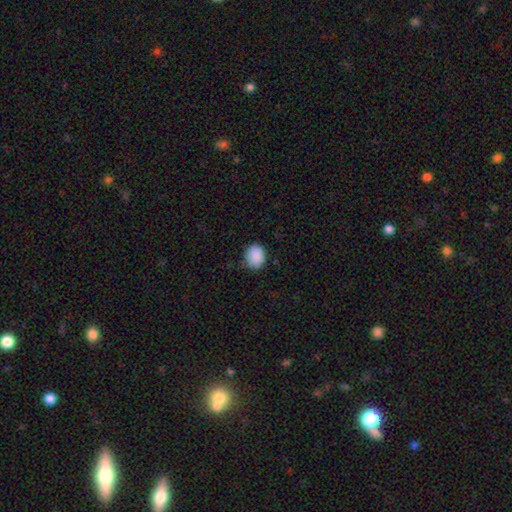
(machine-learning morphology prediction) Overall: smooth (89%). How rounded: round (57%; in between 42%). Merging: none (78%).